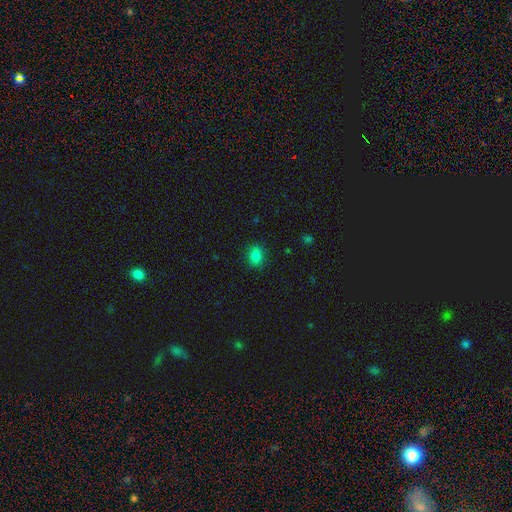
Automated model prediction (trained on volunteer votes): Morphology: type=smooth (82%); roundness=in between (58%); merging=none (87%).